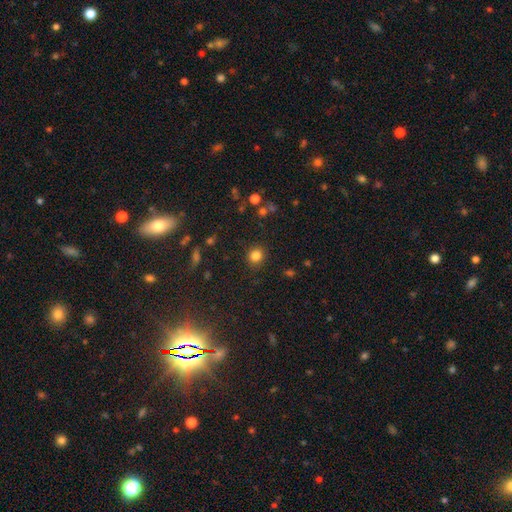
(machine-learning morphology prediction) Smooth or featured? smooth (83%)
How rounded? round (84%)
Merging? none (88%)